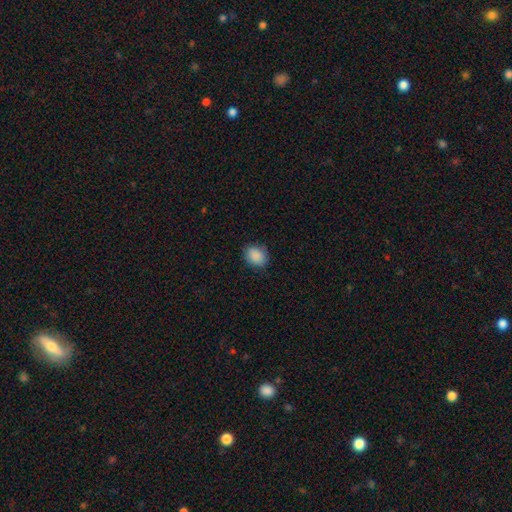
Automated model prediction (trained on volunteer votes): A smooth galaxy with no disk features (89%) that is in between round and cigar-shaped (52%). Merging: none (83%).